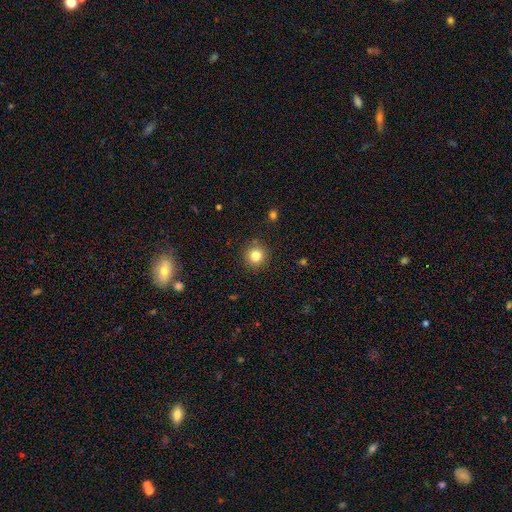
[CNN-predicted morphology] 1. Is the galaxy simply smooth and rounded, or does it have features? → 81% smooth, 12% star or artifact, 7% featured or disk.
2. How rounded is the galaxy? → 94% round, 5% in between, 1% cigar-shaped.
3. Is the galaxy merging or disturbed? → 89% none, 7% minor disturbance, 2% major disturbance, 2% merger.